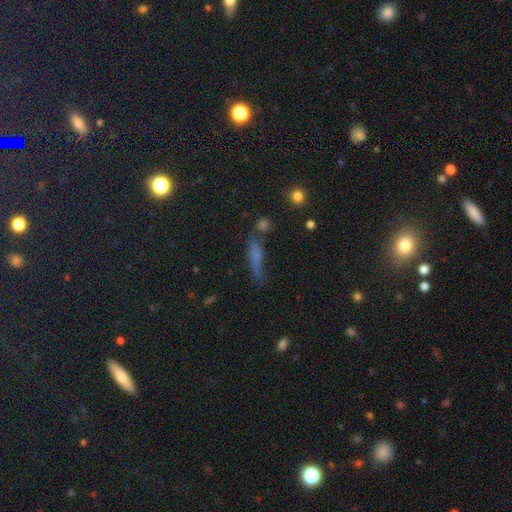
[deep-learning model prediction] Overall: smooth (51%; star or artifact 26%). How rounded: cigar-shaped (70%). Merging: none (58%; minor disturbance 21%).